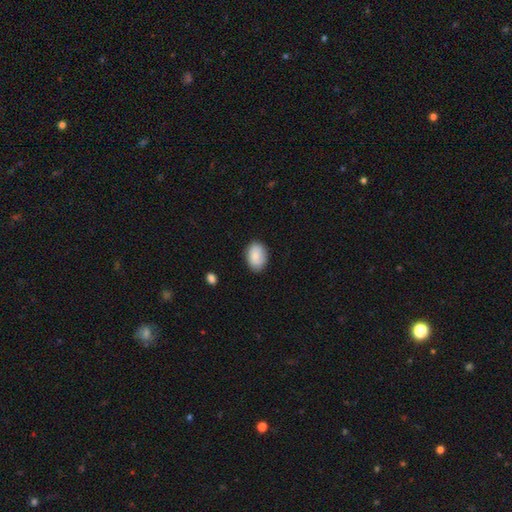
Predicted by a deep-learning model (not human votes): A smooth galaxy with no disk features (84%) that is in between round and cigar-shaped (82%).

Vote fractions:
- Smooth or featured? smooth: 84% / featured or disk: 9% / star or artifact: 6%
- How rounded? in between: 82% / round: 16% / cigar-shaped: 1%
- Merging? none: 84% / minor disturbance: 12% / major disturbance: 3% / merger: 1%